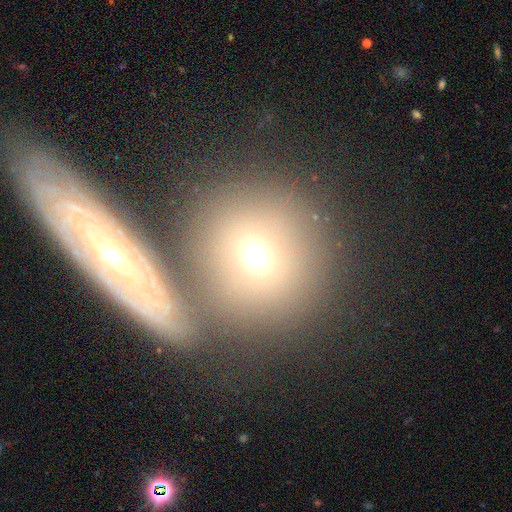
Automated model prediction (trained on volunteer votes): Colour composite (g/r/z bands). It shows a smooth galaxy with no disk features (63%) that is round (86%). Merging: none (62%).